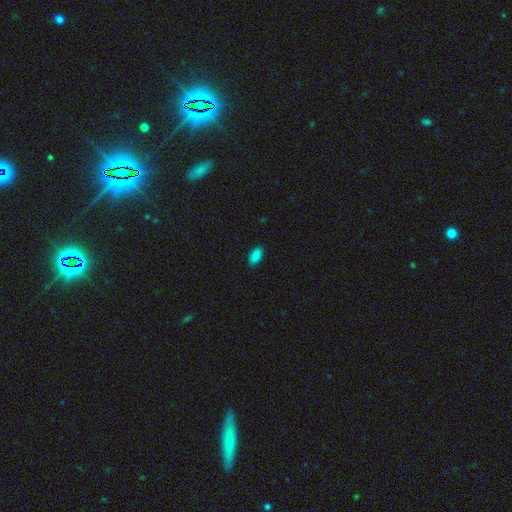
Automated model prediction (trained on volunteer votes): Smooth or featured? smooth (88%)
How rounded? in between (93%)
Merging? none (88%)